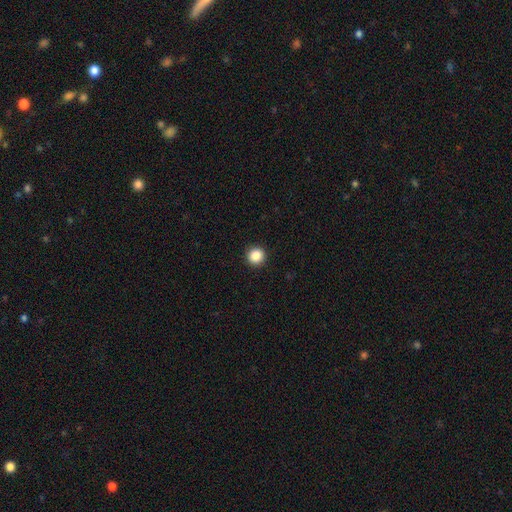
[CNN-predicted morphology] A smooth galaxy with no disk features (87%) that is round (95%).

Vote fractions:
- Smooth or featured? smooth: 87% / star or artifact: 10% / featured or disk: 3%
- How rounded? round: 95% / in between: 4% / cigar-shaped: 1%
- Merging? none: 93% / minor disturbance: 4% / major disturbance: 1% / merger: 1%